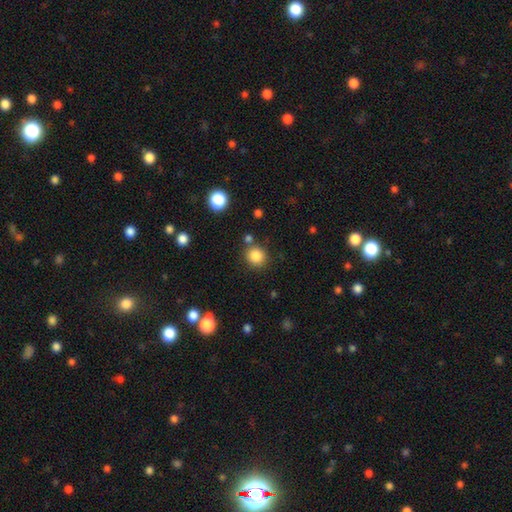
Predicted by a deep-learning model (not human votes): Q: Smooth or featured?
A: smooth (84%); runner-up: star or artifact (11%)
Q: How rounded?
A: round (89%); runner-up: in between (10%)
Q: Merging?
A: none (80%); runner-up: minor disturbance (9%)